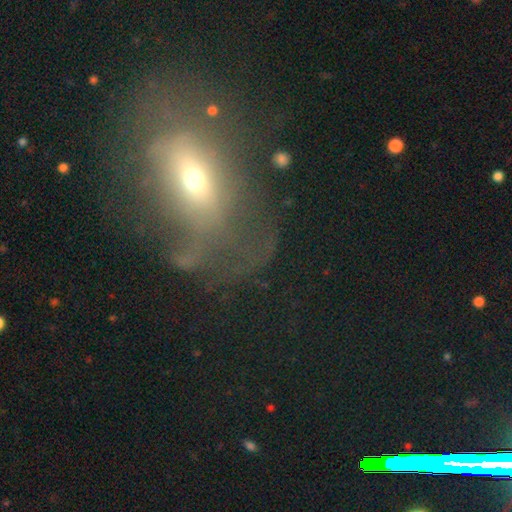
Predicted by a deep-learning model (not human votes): Smooth or featured? Predicted: featured or disk (p=0.37, tied with smooth). Merging? Predicted: none (p=0.48).